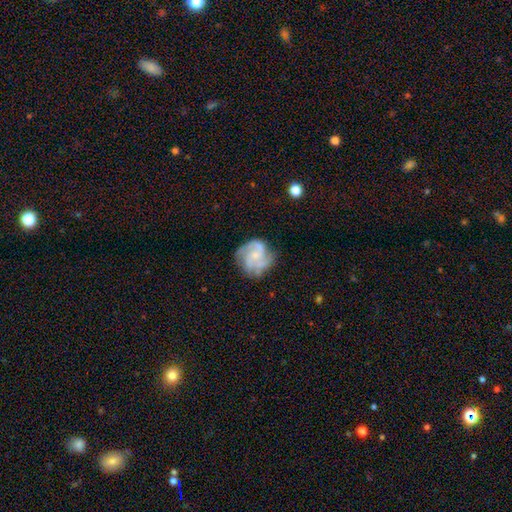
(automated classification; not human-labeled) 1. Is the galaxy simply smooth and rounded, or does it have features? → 78% featured or disk, 15% smooth, 6% star or artifact.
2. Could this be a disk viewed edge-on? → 98% no, 2% yes.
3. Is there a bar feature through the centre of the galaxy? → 68% no, 28% weak, 5% strong.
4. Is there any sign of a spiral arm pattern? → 94% yes, 6% no.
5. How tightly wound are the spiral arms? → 48% medium, 36% tight, 16% loose.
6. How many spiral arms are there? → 51% 3, 17% 2, 13% can't tell, 11% 4, 4% 1, 4% more than 4.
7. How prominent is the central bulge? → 45% small, 27% none, 24% moderate, 3% large, 1% dominant.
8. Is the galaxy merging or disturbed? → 68% none, 20% minor disturbance, 10% major disturbance, 2% merger.